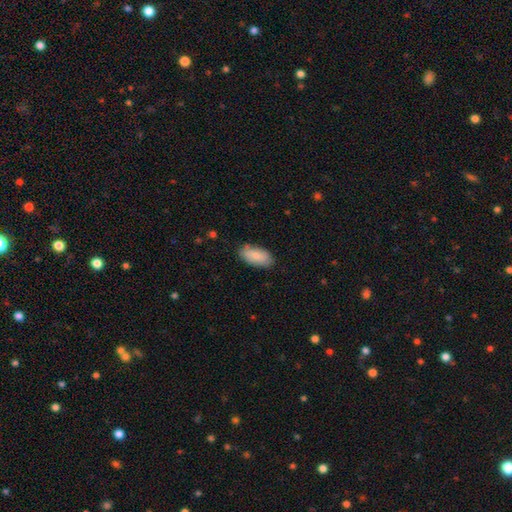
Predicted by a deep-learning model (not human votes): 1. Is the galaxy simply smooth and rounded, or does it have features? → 85% smooth, 10% featured or disk, 6% star or artifact.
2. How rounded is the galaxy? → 93% in between, 5% cigar-shaped, 2% round.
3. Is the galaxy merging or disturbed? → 81% none, 15% minor disturbance, 3% major disturbance, 1% merger.